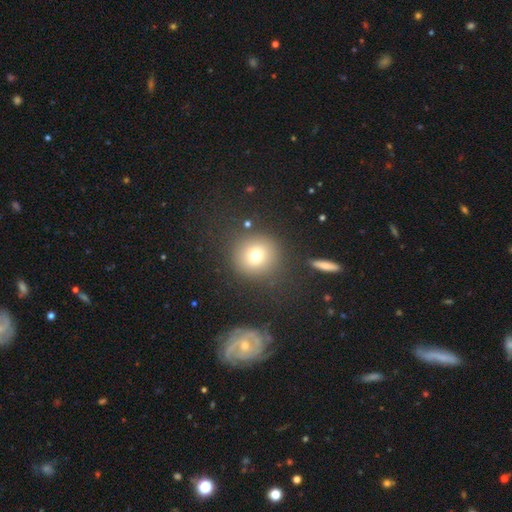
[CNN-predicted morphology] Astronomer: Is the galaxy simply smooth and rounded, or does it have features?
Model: smooth — 74%.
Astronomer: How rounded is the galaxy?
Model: round — 90%.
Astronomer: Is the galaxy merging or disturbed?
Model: none — 83%.